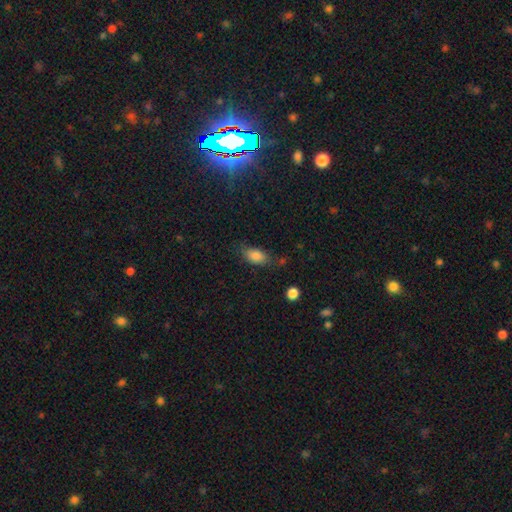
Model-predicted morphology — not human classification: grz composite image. It shows a smooth galaxy with no disk features (84%) that is in between round and cigar-shaped (88%). Merging: none (68%).